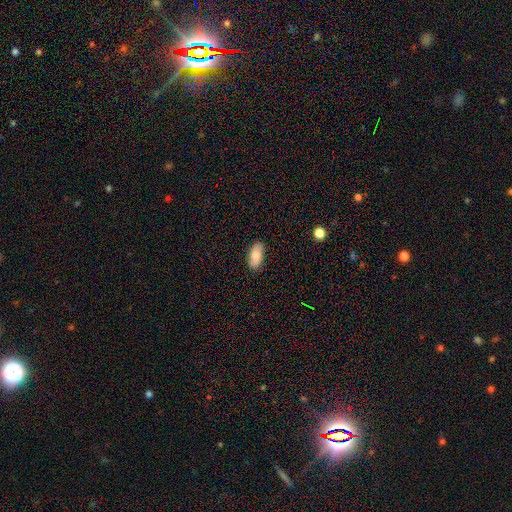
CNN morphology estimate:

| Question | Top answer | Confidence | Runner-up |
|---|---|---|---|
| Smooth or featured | smooth | 79% | featured or disk (14%) |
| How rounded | in between | 91% | cigar-shaped (6%) |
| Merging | none | 83% | minor disturbance (13%) |